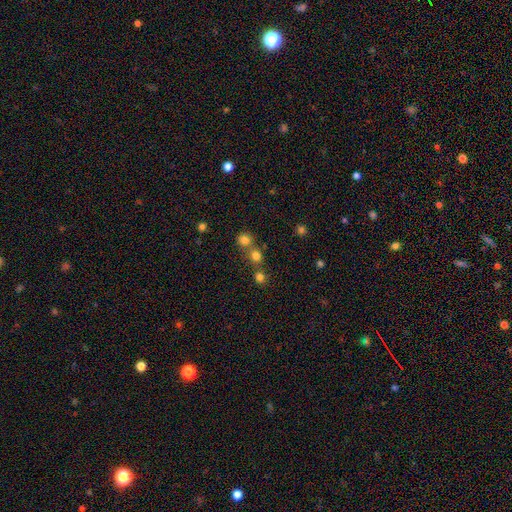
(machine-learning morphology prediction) The model was most divided on "merging": none: 60%, merger: 31%, minor disturbance: 6%, major disturbance: 2%. More confident: how rounded — round (89%); smooth or featured — smooth (74%).